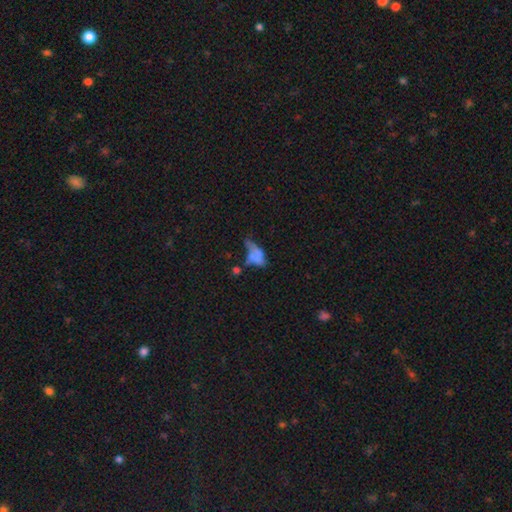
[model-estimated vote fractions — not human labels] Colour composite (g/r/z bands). It shows a smooth galaxy with no disk features (52%) that is in between round and cigar-shaped (75%). Merging: merger (32%).